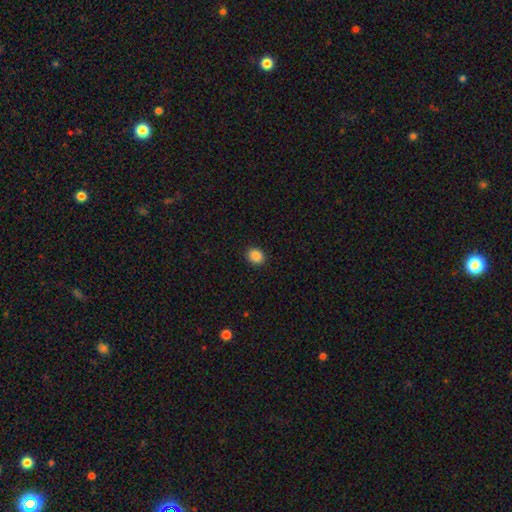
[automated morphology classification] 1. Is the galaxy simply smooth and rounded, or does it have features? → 88% smooth, 9% star or artifact, 3% featured or disk.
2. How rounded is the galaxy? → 60% round, 40% in between, 1% cigar-shaped.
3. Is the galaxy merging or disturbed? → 91% none, 6% minor disturbance, 2% major disturbance, 1% merger.